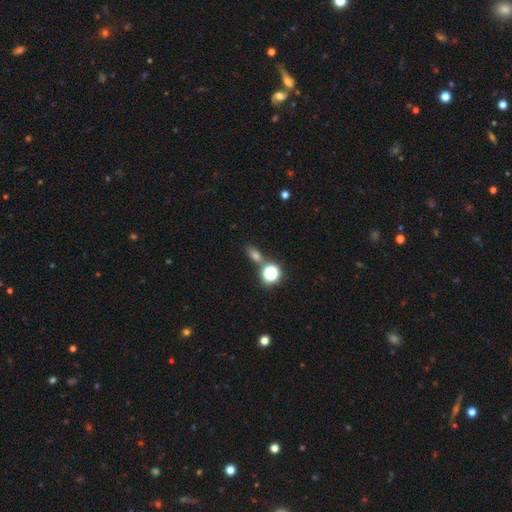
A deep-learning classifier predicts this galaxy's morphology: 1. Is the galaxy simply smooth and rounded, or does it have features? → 61% smooth, 28% star or artifact, 10% featured or disk.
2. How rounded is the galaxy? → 65% in between, 28% round, 7% cigar-shaped.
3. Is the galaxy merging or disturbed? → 72% none, 14% merger, 11% minor disturbance, 4% major disturbance.